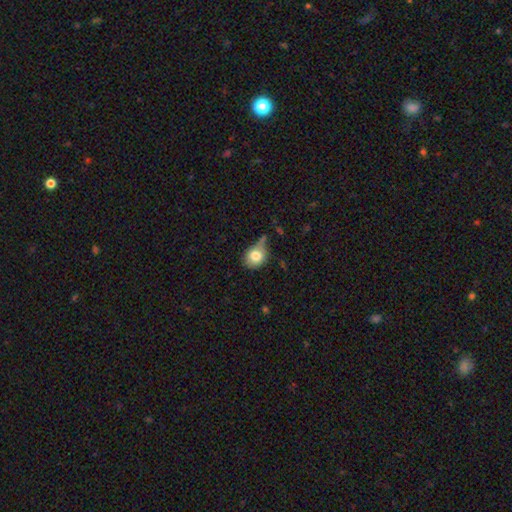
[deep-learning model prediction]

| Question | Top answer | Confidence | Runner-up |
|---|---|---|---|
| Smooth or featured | smooth | 80% | featured or disk (11%) |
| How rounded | round | 59% | in between (40%) |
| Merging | none | 46% | minor disturbance (32%) |